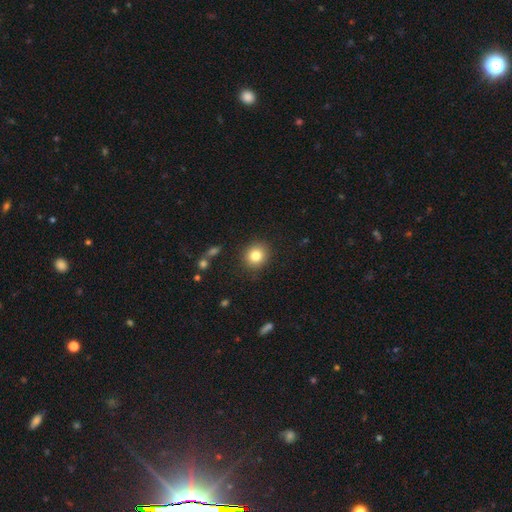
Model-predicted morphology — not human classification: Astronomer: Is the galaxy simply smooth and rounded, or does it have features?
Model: smooth — 82%.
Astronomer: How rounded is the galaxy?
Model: round — 84%.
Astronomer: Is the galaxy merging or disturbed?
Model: none — 89%.